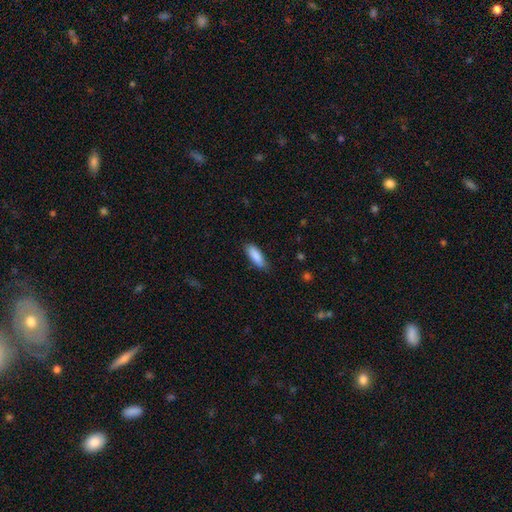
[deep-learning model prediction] A smooth galaxy with no disk features (87%) that is in between round and cigar-shaped (65%). Merging: none (79%).